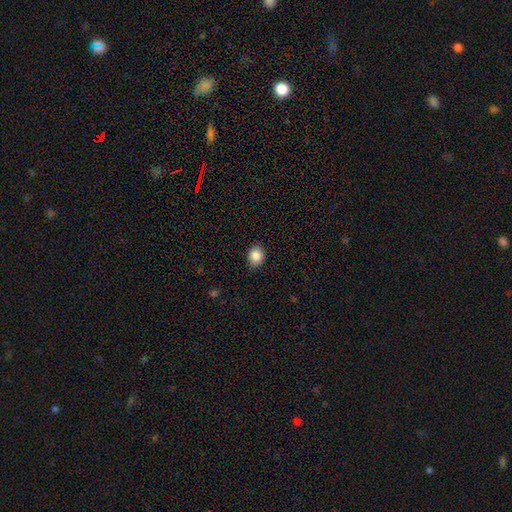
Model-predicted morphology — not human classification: type=smooth (85%); roundness=round (56%); merging=none (85%).